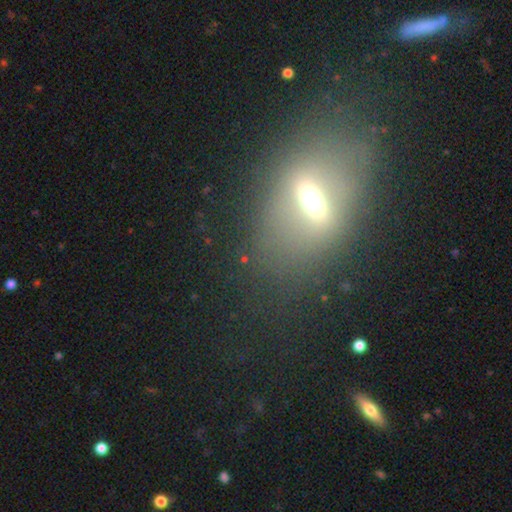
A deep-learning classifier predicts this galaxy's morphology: A featured or disk galaxy (44%).

Vote fractions:
- Smooth or featured? featured or disk: 44% / smooth: 34% / star or artifact: 22%
- Merging? none: 74% / minor disturbance: 13% / major disturbance: 10% / merger: 3%